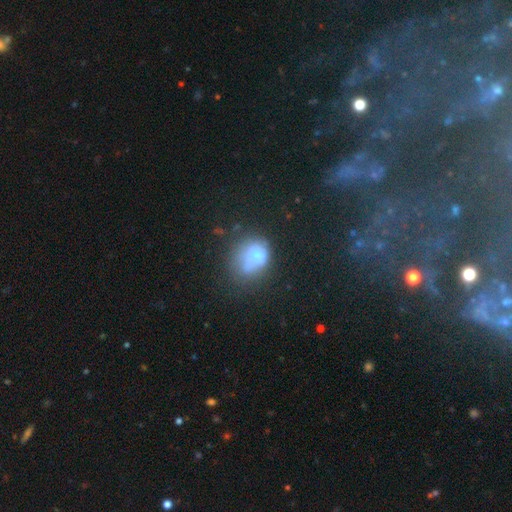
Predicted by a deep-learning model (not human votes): Overall: smooth (63%; featured or disk 24%). How rounded: round (55%; in between 44%). Merging: none (34%; minor disturbance 26%).